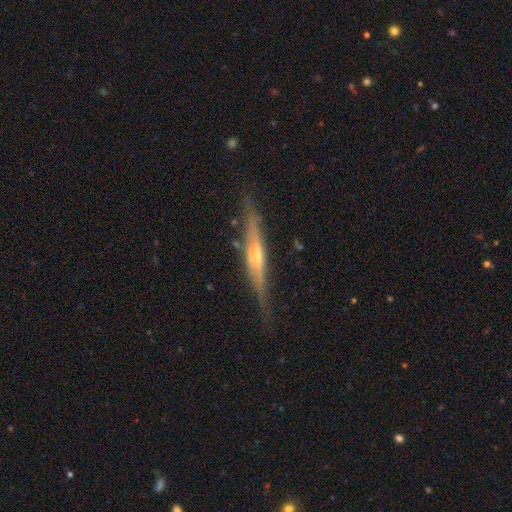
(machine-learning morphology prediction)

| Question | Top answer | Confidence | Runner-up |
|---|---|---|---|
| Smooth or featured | featured or disk | 75% | smooth (19%) |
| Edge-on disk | yes | 96% | no (4%) |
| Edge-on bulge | rounded | 68% | none (21%) |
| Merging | none | 81% | minor disturbance (14%) |